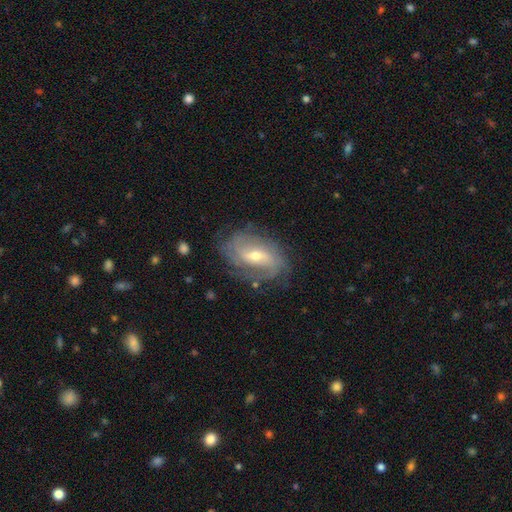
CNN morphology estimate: featured or disk 80%, smooth 13%, star or artifact 7%. Down the decision tree: edge-on disk — no (94%); bar — weak (48%); spiral arms — yes (91%); spiral arm count — 2 (39%); spiral winding — tight (45%); bulge size — moderate (54%); merging — none (72%).